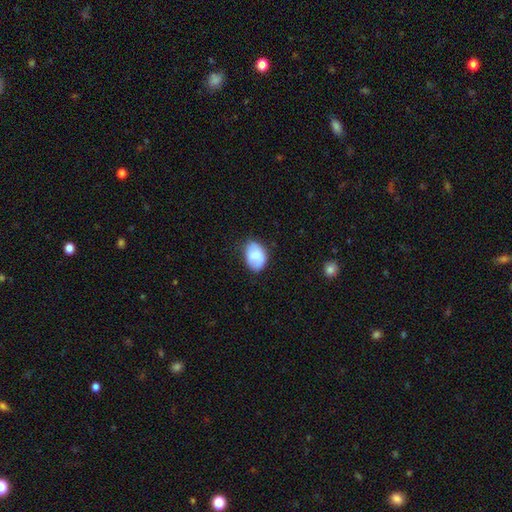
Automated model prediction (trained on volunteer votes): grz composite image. It shows a smooth galaxy with no disk features (76%) that is in between round and cigar-shaped (82%). Merging: none (70%).